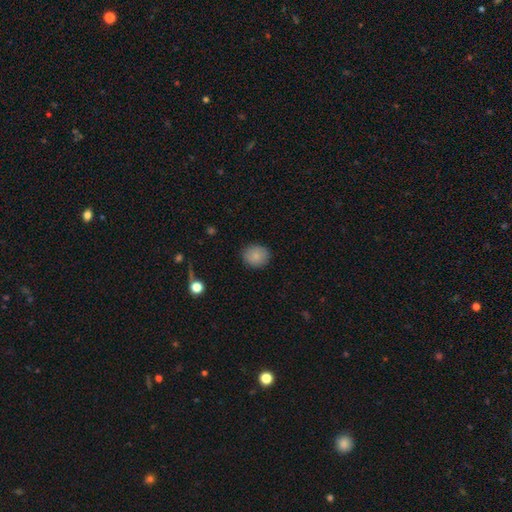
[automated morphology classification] Smooth or featured: smooth — 84% (star or artifact — 9%)
How rounded: round — 73% (in between — 26%)
Merging: none — 87% (minor disturbance — 9%)